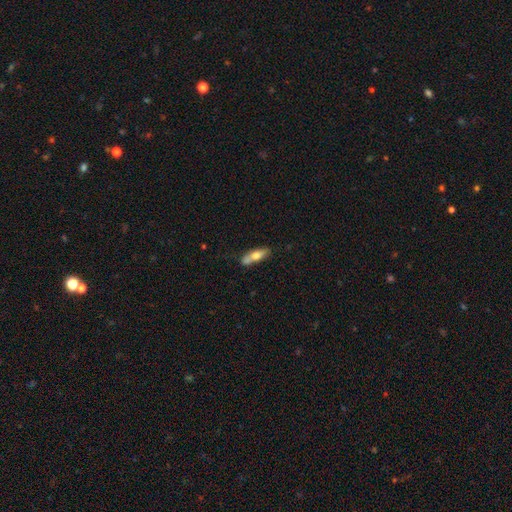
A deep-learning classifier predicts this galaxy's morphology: Smooth or featured?
  - smooth: 62% *
  - featured or disk: 32%
  - star or artifact: 6%
How rounded?
  - cigar-shaped: 51% *
  - in between: 46%
  - round: 3%
Merging?
  - none: 61% *
  - minor disturbance: 18%
  - merger: 16%
  - major disturbance: 5%